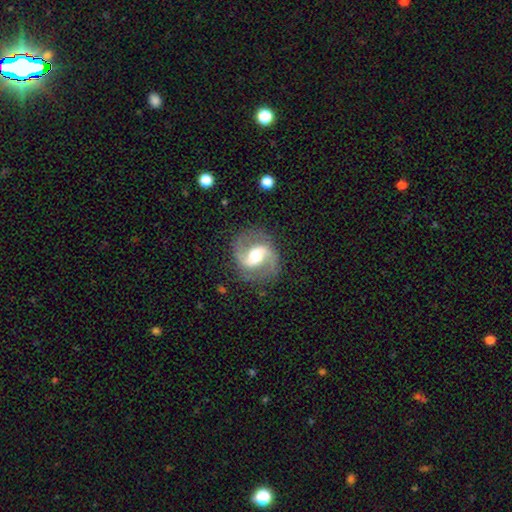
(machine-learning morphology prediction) A featured or disk galaxy (88%) with a weak bar (44%), 2 (94%) medium (56%) spiral arms (96%) and a moderate central bulge (61%). Merging: none (82%).